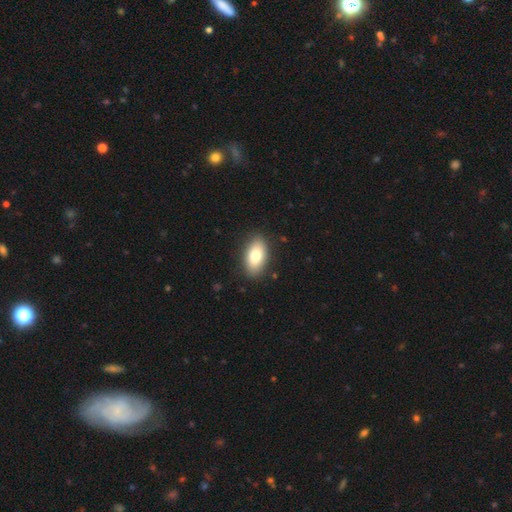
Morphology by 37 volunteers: A smooth galaxy with no disk features (84%) that is in between round and cigar-shaped (90%).

Vote fractions:
- Smooth or featured? smooth: 84% / featured or disk: 14% / star or artifact: 3%
- How rounded? in between: 90% / round: 6% / cigar-shaped: 3%
- Merging? none: 83% / minor disturbance: 11% / major disturbance: 3% / merger: 3%